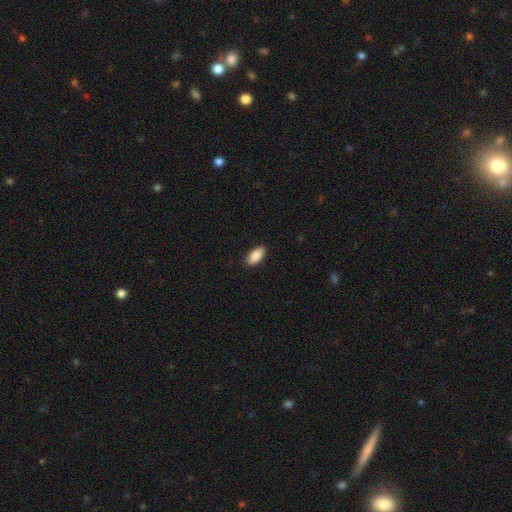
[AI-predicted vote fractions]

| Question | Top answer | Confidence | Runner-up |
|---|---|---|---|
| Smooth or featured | smooth | 87% | featured or disk (6%) |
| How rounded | in between | 91% | cigar-shaped (7%) |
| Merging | none | 88% | minor disturbance (9%) |